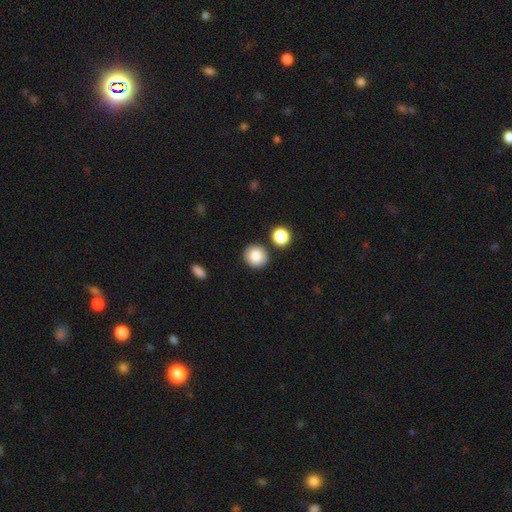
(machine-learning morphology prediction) Q: Smooth or featured?
A: smooth (83%); runner-up: star or artifact (9%)
Q: How rounded?
A: round (89%); runner-up: in between (10%)
Q: Merging?
A: none (85%); runner-up: minor disturbance (7%)